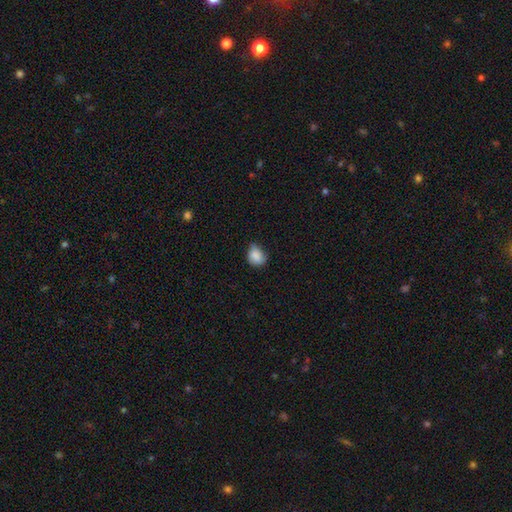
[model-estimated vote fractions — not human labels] smooth-or-featured: smooth: 84% | star or artifact: 8% | featured or disk: 8%
  how-rounded: round: 55% | in between: 44% | cigar-shaped: 1%
  merging: none: 52% | minor disturbance: 38% | major disturbance: 8% | merger: 2%